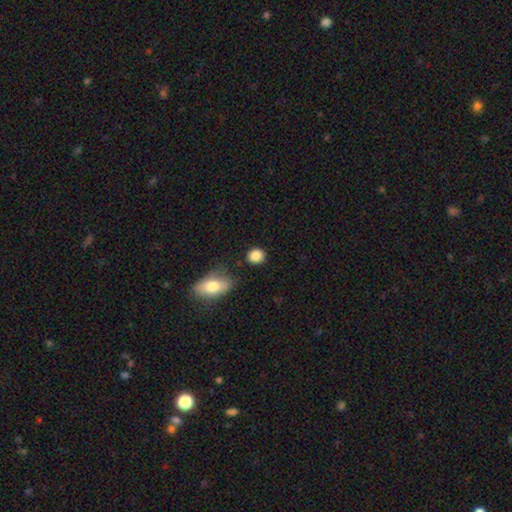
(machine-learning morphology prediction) Overall: smooth (87%). How rounded: round (78%). Merging: none (83%).